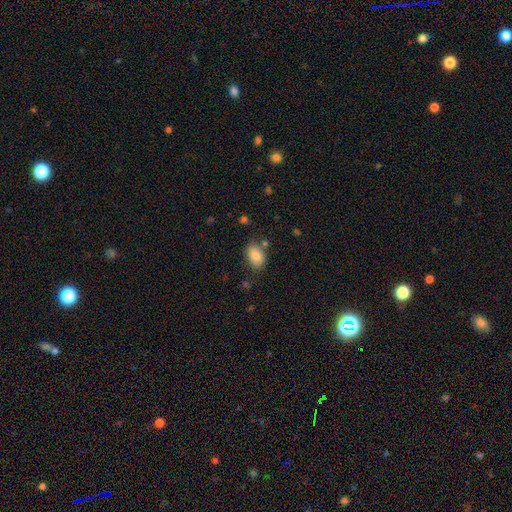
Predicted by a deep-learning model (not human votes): This appears to be a smooth galaxy with no disk features (85%) that is in between round and cigar-shaped (88%). Merging: none (75%).